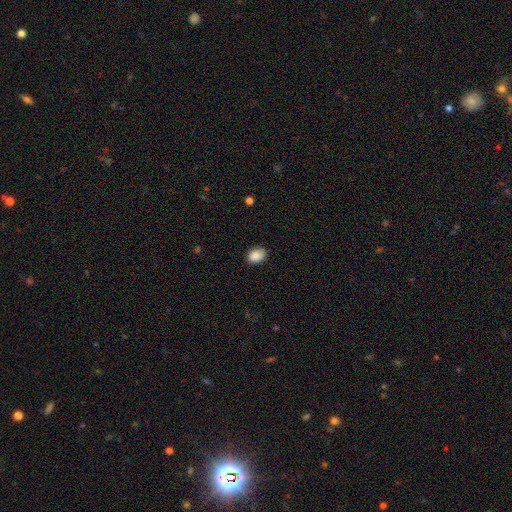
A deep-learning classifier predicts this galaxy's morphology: The model was most divided on "how rounded": in between: 59%, round: 40%, cigar-shaped: 1%. More confident: smooth or featured — smooth (88%); merging — none (86%).